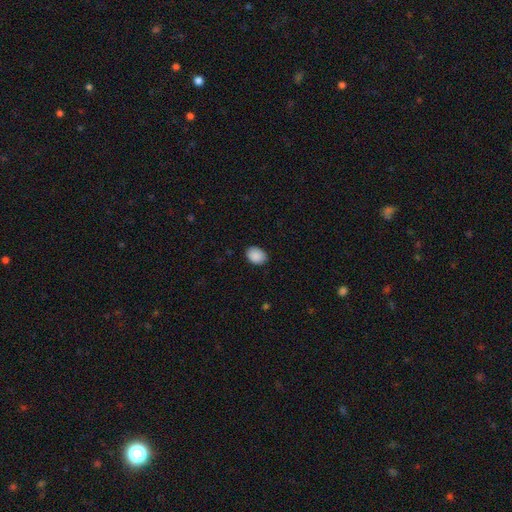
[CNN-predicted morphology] The model was most divided on "how rounded": in between: 66%, round: 33%, cigar-shaped: 1%. More confident: smooth or featured — smooth (90%); merging — none (85%).